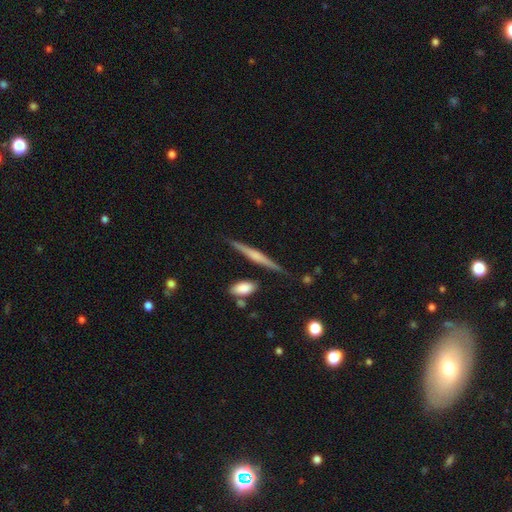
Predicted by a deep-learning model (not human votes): Smooth or featured: featured or disk — 61% (smooth — 33%)
Edge-on disk: yes — 97% (no — 3%)
Edge-on bulge: rounded — 48% (none — 33%)
Merging: none — 84% (minor disturbance — 11%)